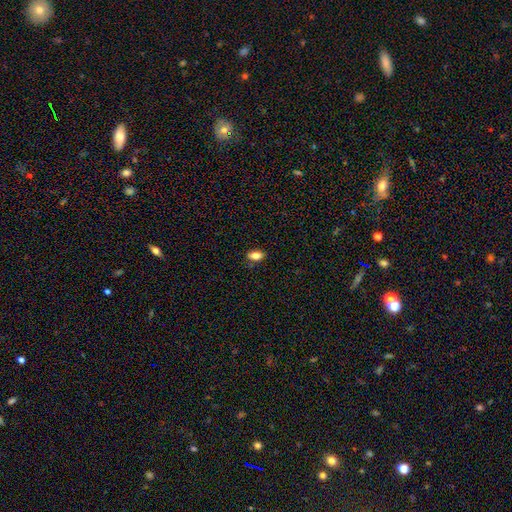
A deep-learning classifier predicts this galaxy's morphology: Smooth or featured? smooth (78%)
How rounded? in between (86%)
Merging? none (87%)